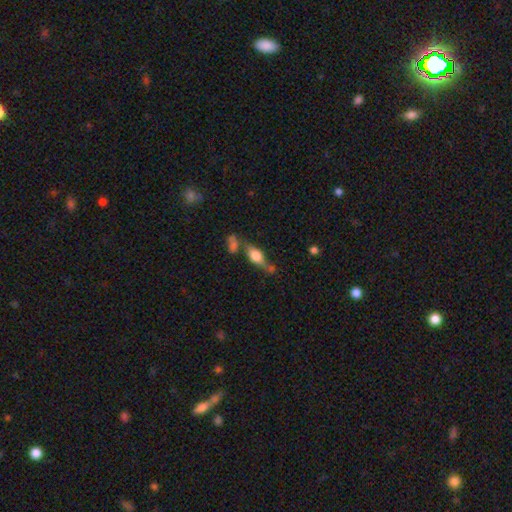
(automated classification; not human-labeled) A smooth galaxy with no disk features (53%) that is in between round and cigar-shaped (66%). Merging: none (43%).